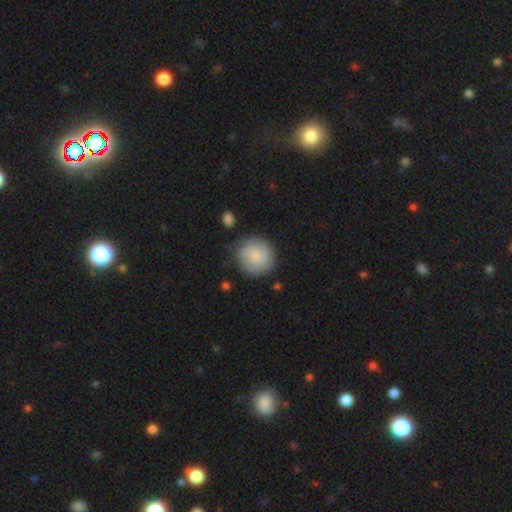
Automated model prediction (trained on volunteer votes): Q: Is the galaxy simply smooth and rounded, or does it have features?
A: smooth — 67%.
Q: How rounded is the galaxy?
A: round — 91%.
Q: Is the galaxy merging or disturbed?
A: none — 74%.